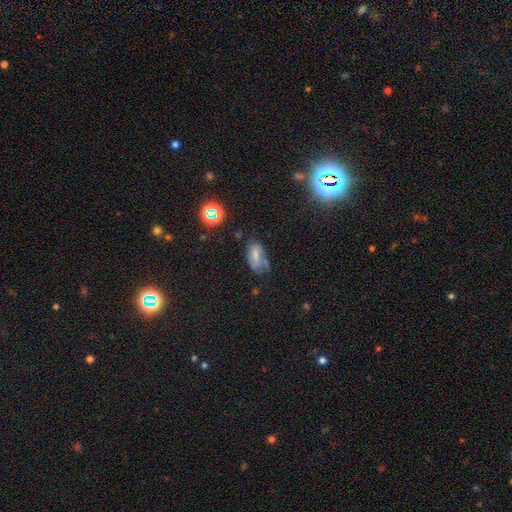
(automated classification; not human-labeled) Morphology: type=smooth (61%); roundness=in between (89%); merging=none (44%).